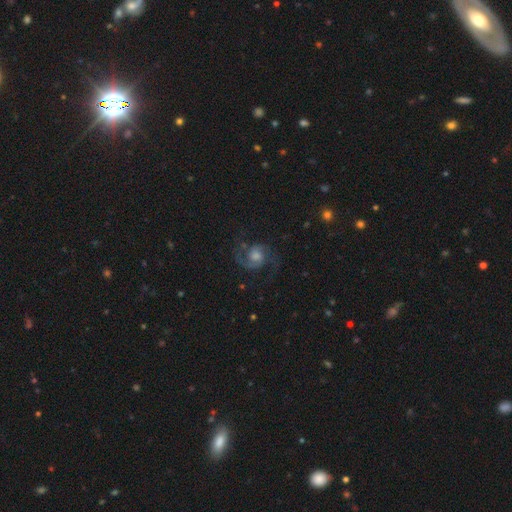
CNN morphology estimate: featured or disk 84%, smooth 8%, star or artifact 8%. Down the decision tree: edge-on disk — no (98%); bar — no (63%); spiral arms — yes (97%); spiral arm count — 2 (90%); spiral winding — medium (56%); bulge size — moderate (48%); merging — none (75%).